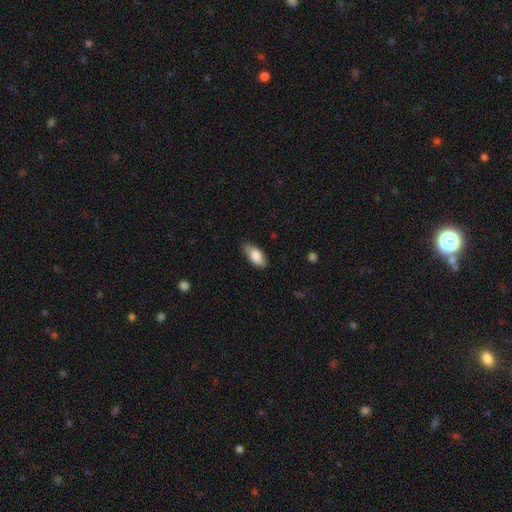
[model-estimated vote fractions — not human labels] Q: Smooth or featured?
A: smooth (82%); runner-up: featured or disk (12%)
Q: How rounded?
A: in between (87%); runner-up: cigar-shaped (10%)
Q: Merging?
A: none (77%); runner-up: minor disturbance (19%)